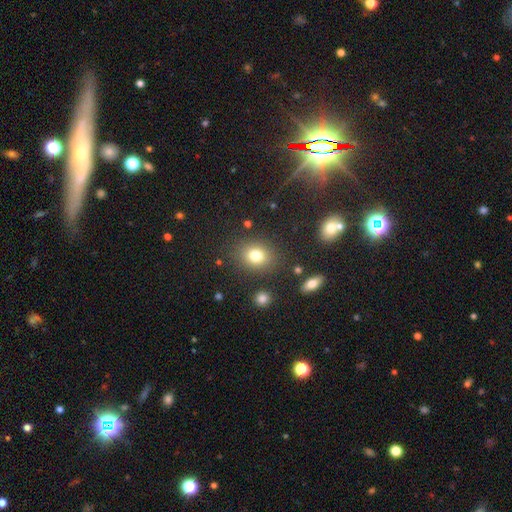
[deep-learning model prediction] Overall: smooth (78%). How rounded: round (55%; in between 44%). Merging: none (83%).